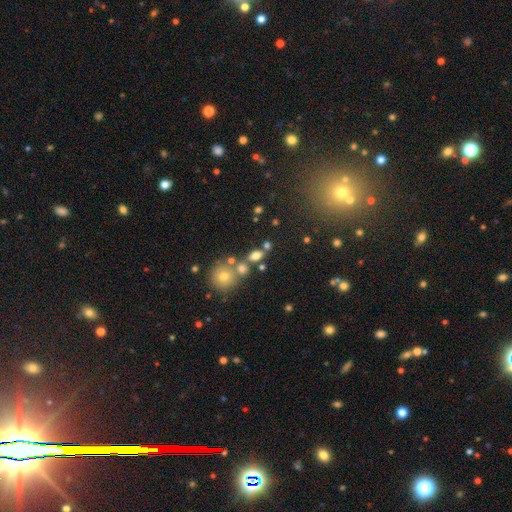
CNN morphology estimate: A smooth galaxy with no disk features (68%) that is in between round and cigar-shaped (72%).

Vote fractions:
- Smooth or featured? smooth: 68% / featured or disk: 17% / star or artifact: 15%
- How rounded? in between: 72% / round: 20% / cigar-shaped: 8%
- Merging? none: 58% / merger: 25% / minor disturbance: 12% / major disturbance: 5%